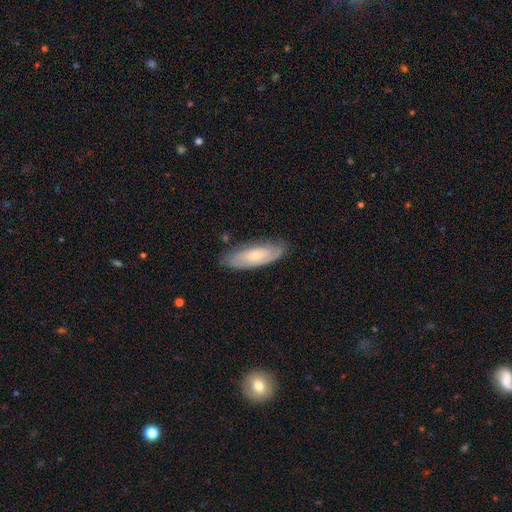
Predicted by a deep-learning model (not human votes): Smooth or featured: featured or disk — 51% (smooth — 43%)
Edge-on disk: no — 82% (yes — 18%)
Merging: none — 77% (minor disturbance — 18%)